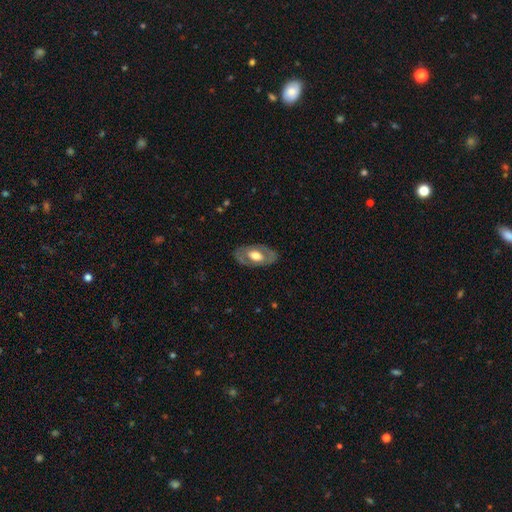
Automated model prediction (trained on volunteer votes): A featured or disk galaxy (56%).

Vote fractions:
- Smooth or featured? featured or disk: 56% / smooth: 39% / star or artifact: 5%
- Edge-on disk? no: 87% / yes: 13%
- Merging? none: 80% / minor disturbance: 14% / major disturbance: 5% / merger: 1%